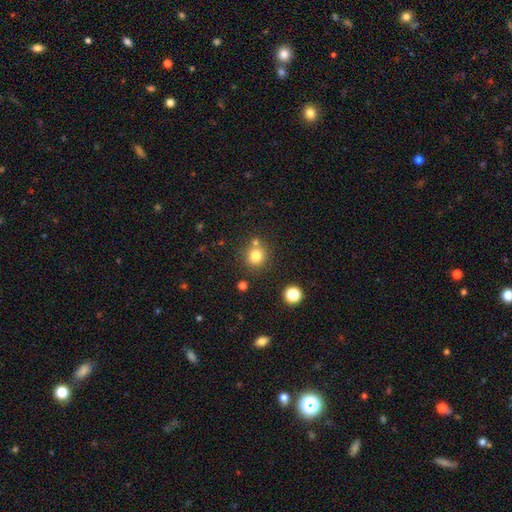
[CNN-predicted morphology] smooth 78%, star or artifact 14%, featured or disk 8%. Down the decision tree: how rounded — round (91%); merging — none (74%).